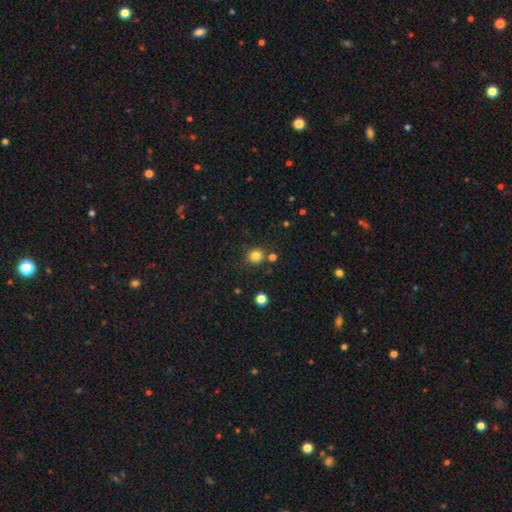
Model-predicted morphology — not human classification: Overall: smooth (82%). How rounded: round (91%). Merging: none (82%).